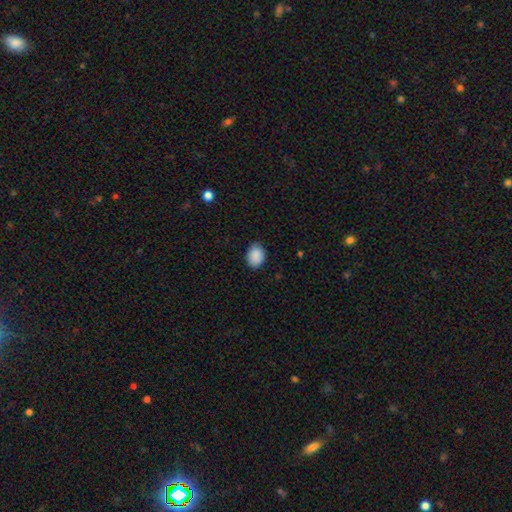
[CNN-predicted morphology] smooth-or-featured: smooth: 90% | star or artifact: 7% | featured or disk: 3%
  how-rounded: in between: 64% | round: 35% | cigar-shaped: 1%
  merging: none: 84% | minor disturbance: 13% | major disturbance: 3% | merger: 1%